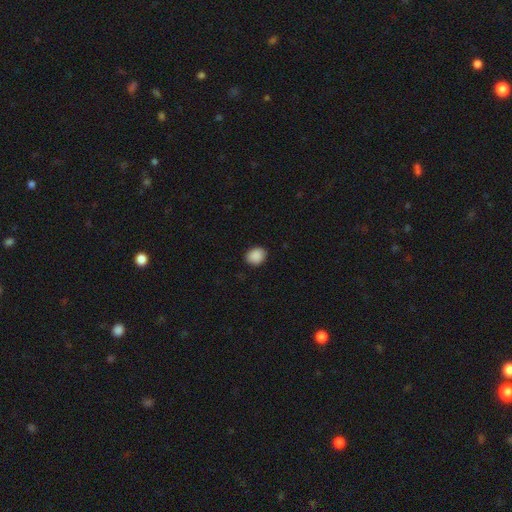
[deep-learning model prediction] Overall: smooth (90%). How rounded: round (52%; in between 47%). Merging: none (88%).